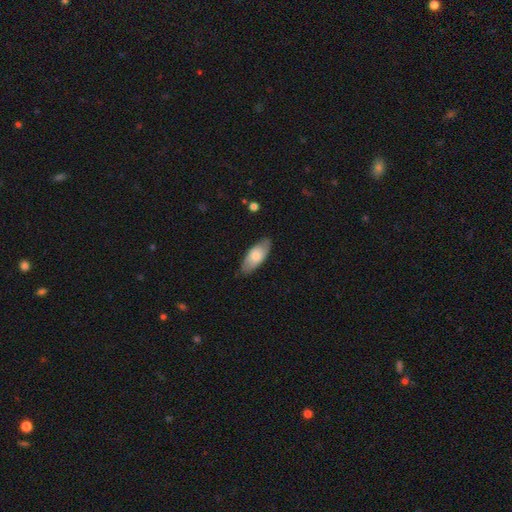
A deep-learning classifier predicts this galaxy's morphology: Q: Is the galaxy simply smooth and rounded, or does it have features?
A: smooth — 72%.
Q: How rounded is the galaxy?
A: in between — 83%.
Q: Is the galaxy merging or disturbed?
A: none — 82%.